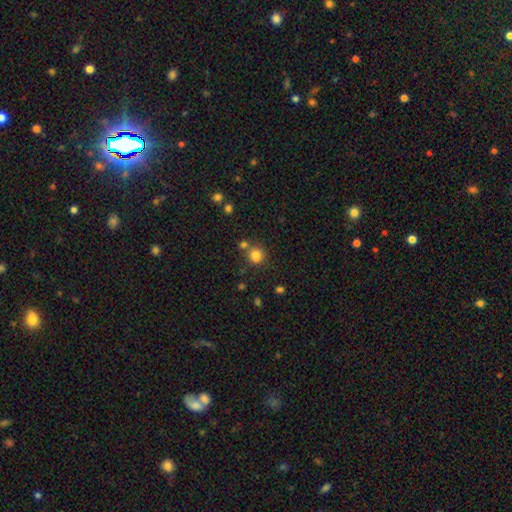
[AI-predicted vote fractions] Smooth or featured? Predicted: smooth (p=0.80). How rounded? Predicted: round (p=0.76). Merging? Predicted: none (p=0.59).